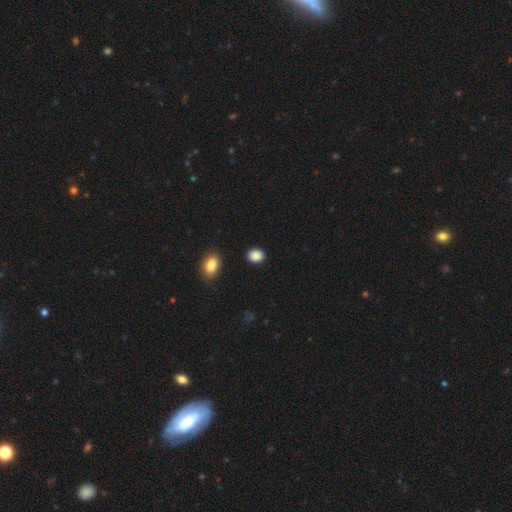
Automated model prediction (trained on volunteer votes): Smooth or featured? smooth (89%)
How rounded? round (50%)
Merging? none (88%)